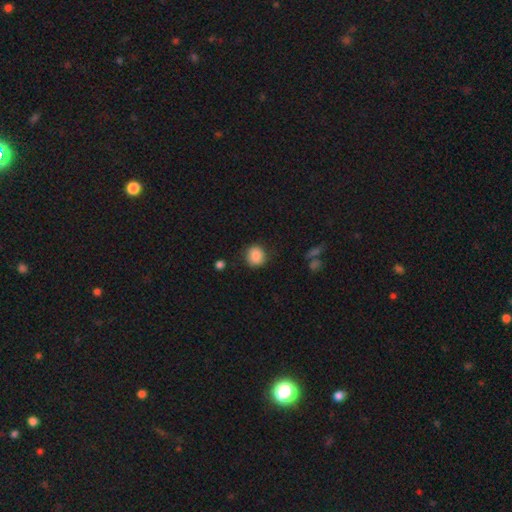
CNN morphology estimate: Smooth or featured: smooth — 85% (star or artifact — 9%)
How rounded: round — 86% (in between — 13%)
Merging: none — 81% (minor disturbance — 14%)